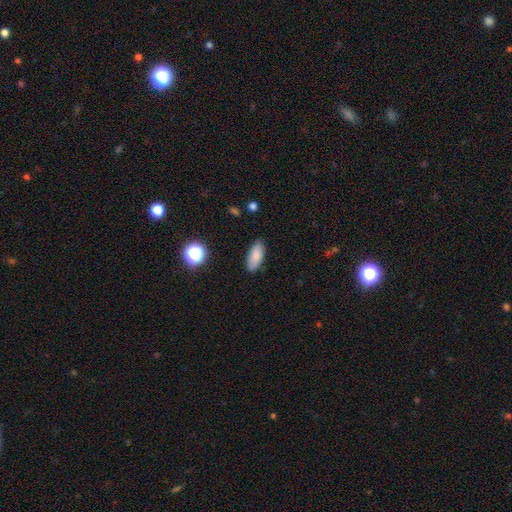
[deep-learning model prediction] Smooth or featured? Predicted: smooth (p=0.85). How rounded? Predicted: in between (p=0.85). Merging? Predicted: none (p=0.86).